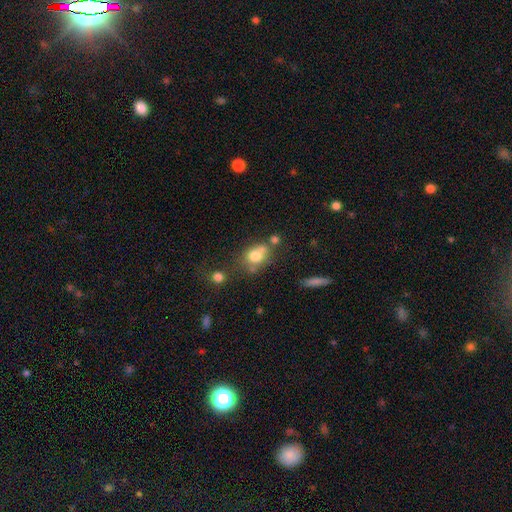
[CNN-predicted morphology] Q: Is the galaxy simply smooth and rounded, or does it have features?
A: smooth — 74%.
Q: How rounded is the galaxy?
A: in between — 50%.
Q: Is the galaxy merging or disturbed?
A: none — 41%.